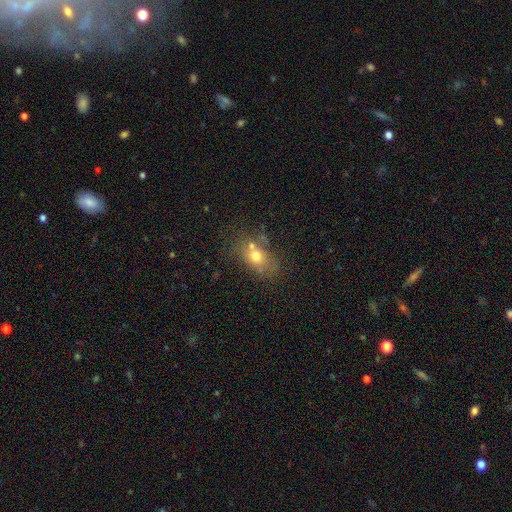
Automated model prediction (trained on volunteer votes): Smooth or featured: smooth — 65% (featured or disk — 23%)
How rounded: in between — 69% (round — 29%)
Merging: none — 48% (merger — 25%)